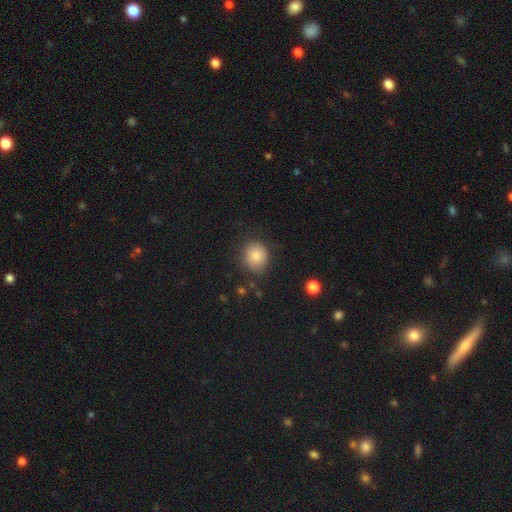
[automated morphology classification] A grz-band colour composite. It shows a smooth galaxy with no disk features (80%) that is round (73%). Merging: none (81%).